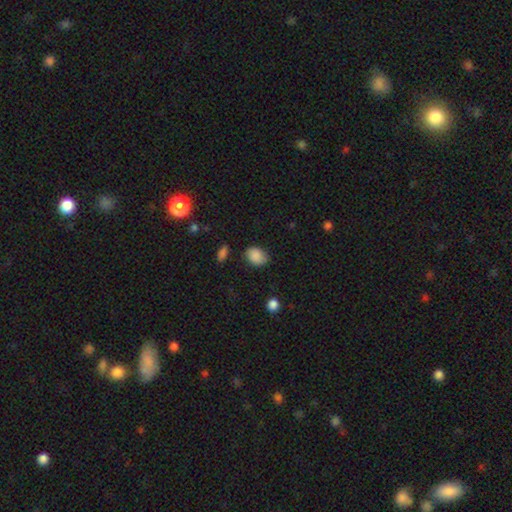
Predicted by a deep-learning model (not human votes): Smooth or featured: smooth — 87% (star or artifact — 8%)
How rounded: in between — 69% (round — 30%)
Merging: none — 75% (minor disturbance — 19%)